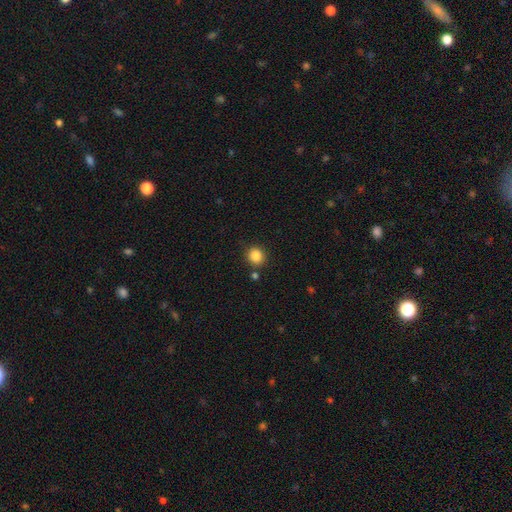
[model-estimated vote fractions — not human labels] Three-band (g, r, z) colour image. It shows a smooth galaxy with no disk features (86%) that is round (83%). Merging: none (83%).